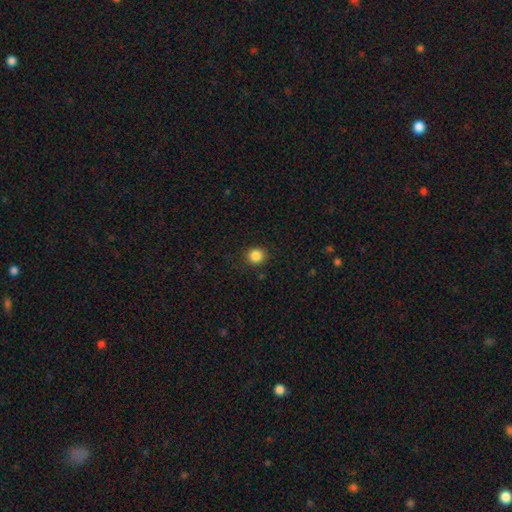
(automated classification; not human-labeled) Morphology: type=smooth (86%); roundness=round (89%); merging=none (90%).